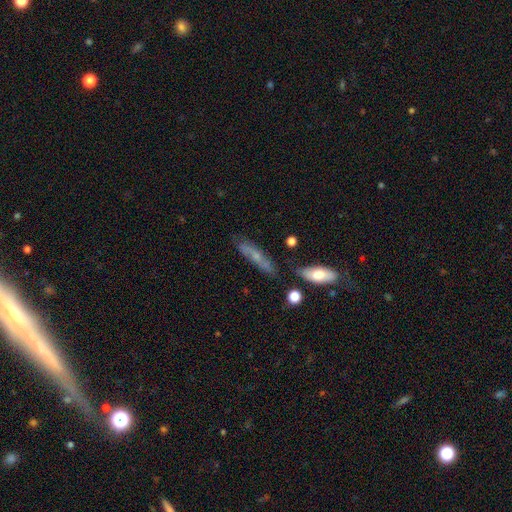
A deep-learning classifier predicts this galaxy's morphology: A smooth galaxy with no disk features (47%).

Vote fractions:
- Smooth or featured? smooth: 47% / featured or disk: 44% / star or artifact: 10%
- Merging? none: 63% / minor disturbance: 22% / merger: 7% / major disturbance: 7%